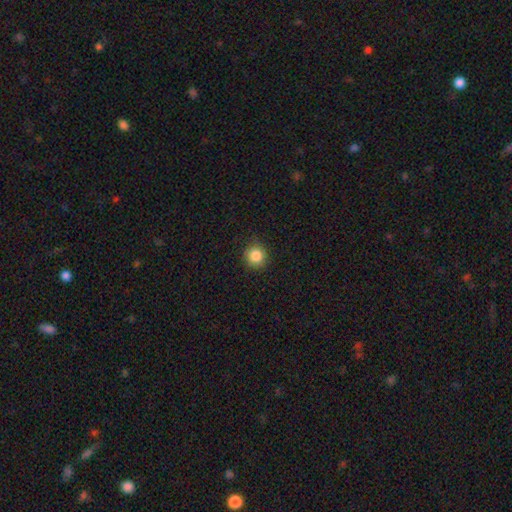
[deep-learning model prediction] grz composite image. It shows a smooth galaxy with no disk features (86%) that is round (92%). Merging: none (87%).